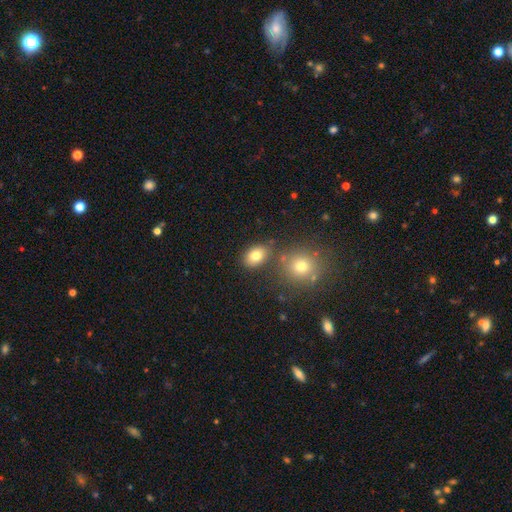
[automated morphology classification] This appears to be a smooth galaxy with no disk features (79%) that is in between round and cigar-shaped (71%). Merging: none (76%).